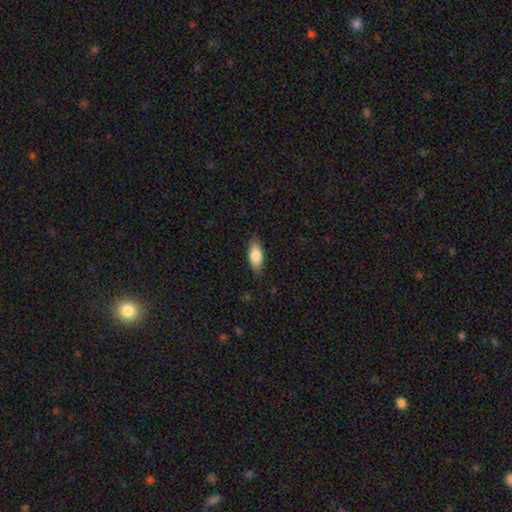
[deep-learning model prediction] A smooth galaxy with no disk features (82%) that is in between round and cigar-shaped (82%). Merging: none (82%).